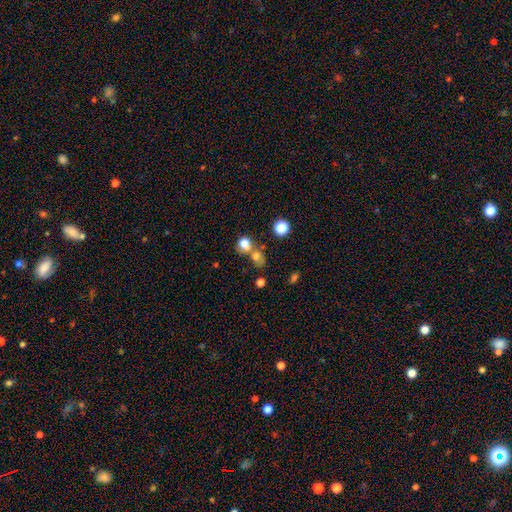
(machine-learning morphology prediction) smooth 56%, star or artifact 29%, featured or disk 15%. Down the decision tree: how rounded — round (76%); merging — none (47%).